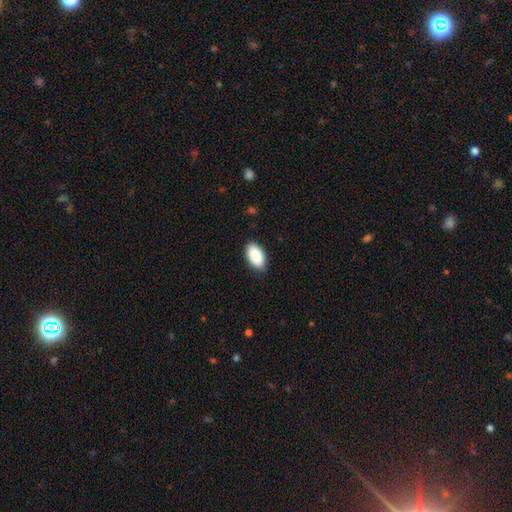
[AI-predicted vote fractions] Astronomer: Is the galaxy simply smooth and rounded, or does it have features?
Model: smooth — 90%.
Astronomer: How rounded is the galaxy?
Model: in between — 95%.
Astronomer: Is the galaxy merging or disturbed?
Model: none — 86%.